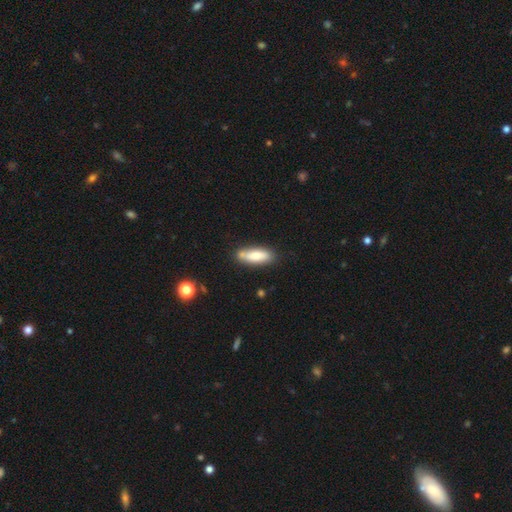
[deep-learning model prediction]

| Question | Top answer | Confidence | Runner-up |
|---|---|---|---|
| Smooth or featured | smooth | 72% | featured or disk (22%) |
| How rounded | in between | 56% | cigar-shaped (42%) |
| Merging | none | 70% | minor disturbance (17%) |